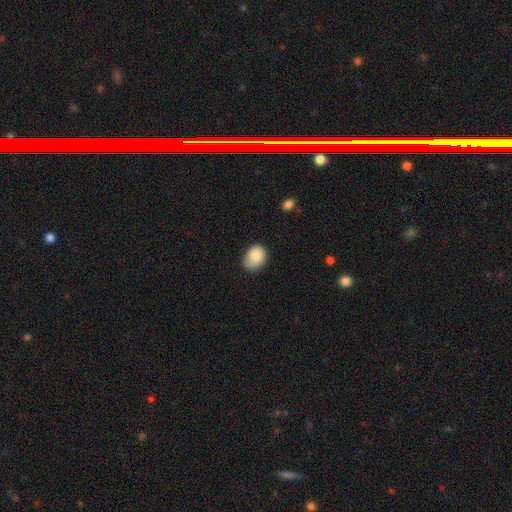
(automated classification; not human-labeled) A smooth galaxy with no disk features (79%) that is in between round and cigar-shaped (55%).

Vote fractions:
- Smooth or featured? smooth: 79% / featured or disk: 14% / star or artifact: 7%
- How rounded? in between: 55% / round: 44% / cigar-shaped: 1%
- Merging? none: 60% / minor disturbance: 31% / major disturbance: 8% / merger: 2%